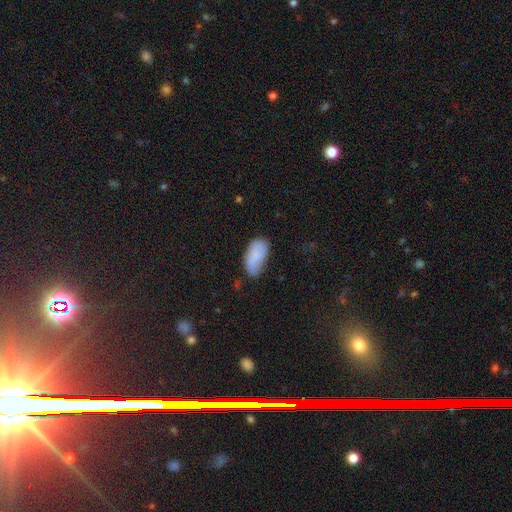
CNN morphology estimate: smooth_or_featured: smooth (p=0.80) [alt: featured or disk p=0.13]
how_rounded: in between (p=0.94) [alt: cigar-shaped p=0.03]
merging: none (p=0.53) [alt: minor disturbance p=0.34]